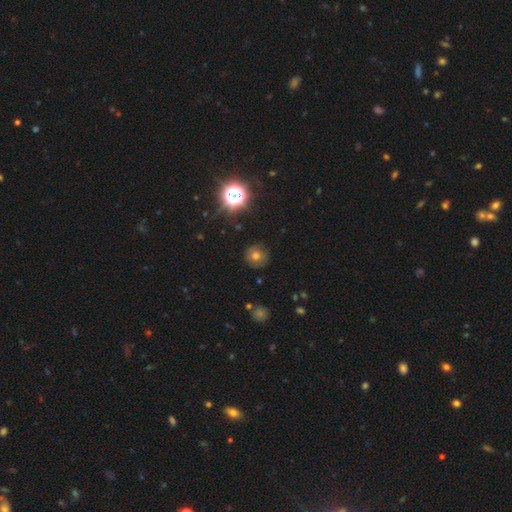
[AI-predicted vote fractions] Smooth or featured?
  - smooth: 65% *
  - star or artifact: 21%
  - featured or disk: 14%
How rounded?
  - round: 90% *
  - in between: 9%
  - cigar-shaped: 1%
Merging?
  - none: 84% *
  - minor disturbance: 11%
  - major disturbance: 3%
  - merger: 1%